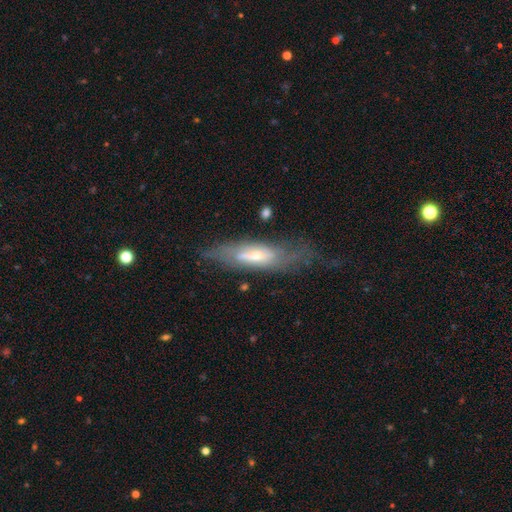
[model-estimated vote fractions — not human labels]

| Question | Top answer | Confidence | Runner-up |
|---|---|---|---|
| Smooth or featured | featured or disk | 59% | smooth (34%) |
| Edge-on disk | no | 54% | yes (46%) |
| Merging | none | 51% | minor disturbance (26%) |